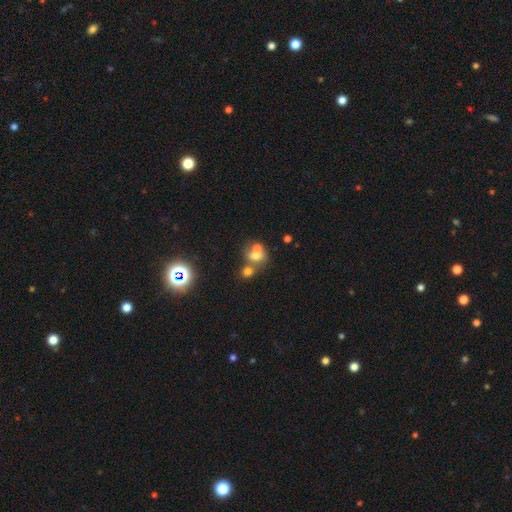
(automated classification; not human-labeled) Smooth or featured?
  - smooth: 59% *
  - featured or disk: 23%
  - star or artifact: 18%
How rounded?
  - round: 62% *
  - in between: 36%
  - cigar-shaped: 1%
Merging?
  - merger: 56% *
  - none: 31%
  - minor disturbance: 8%
  - major disturbance: 5%